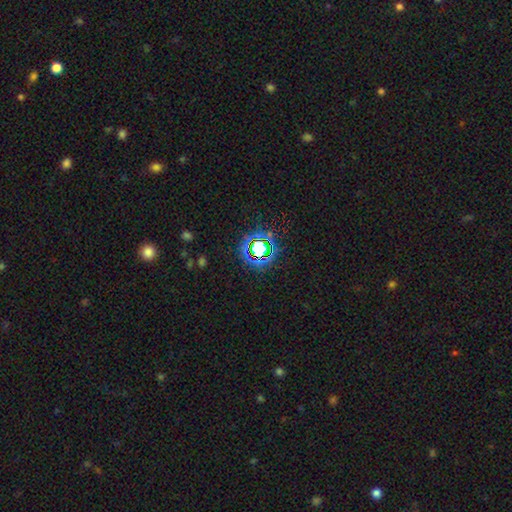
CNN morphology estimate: This is likely a star or artifact rather than a galaxy (70%).